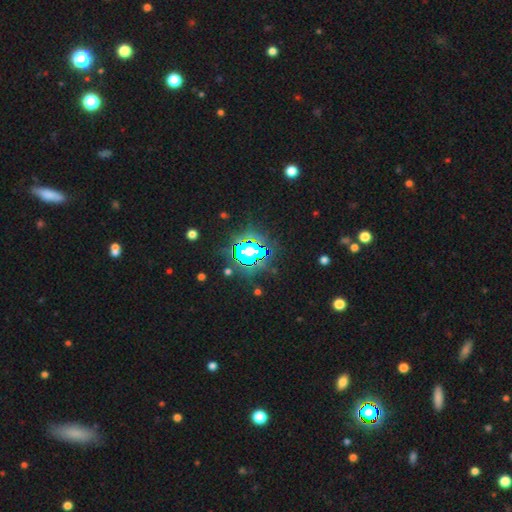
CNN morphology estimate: The model was most divided on "smooth or featured": star or artifact: 84%, smooth: 9%, featured or disk: 7%.